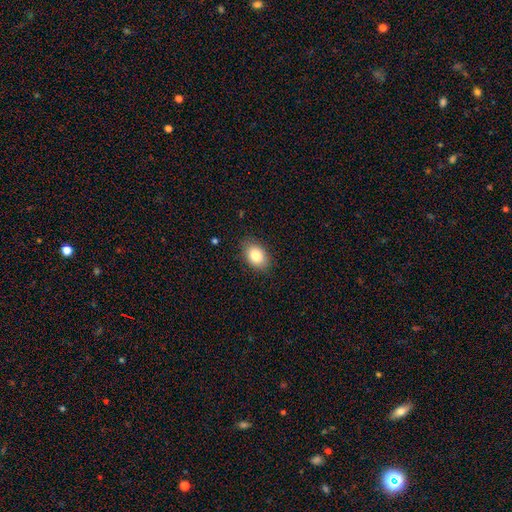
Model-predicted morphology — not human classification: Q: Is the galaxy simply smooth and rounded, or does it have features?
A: smooth — 84%.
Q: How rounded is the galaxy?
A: in between — 83%.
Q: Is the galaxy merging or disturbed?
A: none — 85%.